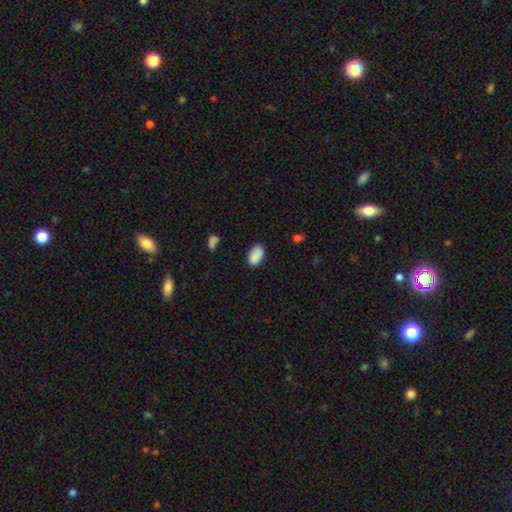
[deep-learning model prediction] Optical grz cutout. It shows a smooth galaxy with no disk features (89%) that is in between round and cigar-shaped (94%). Merging: none (82%).